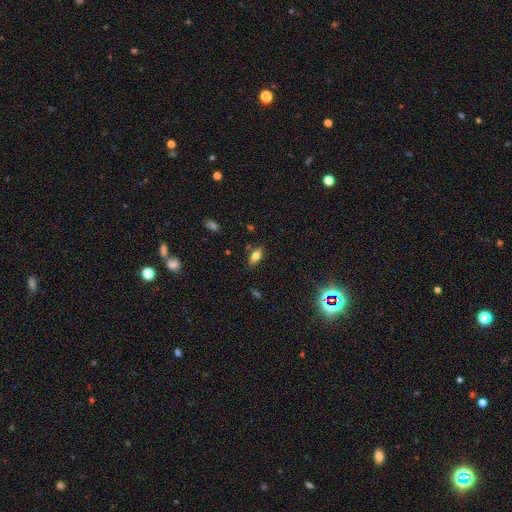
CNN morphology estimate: Smooth or featured: smooth — 72% (featured or disk — 17%)
How rounded: in between — 83% (cigar-shaped — 13%)
Merging: none — 84% (minor disturbance — 11%)